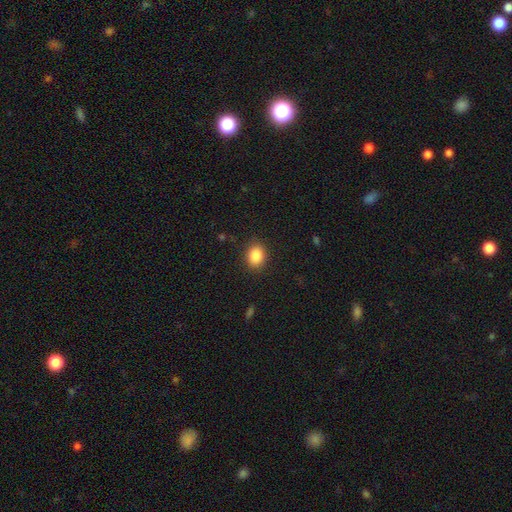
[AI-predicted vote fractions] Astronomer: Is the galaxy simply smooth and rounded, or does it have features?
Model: smooth — 87%.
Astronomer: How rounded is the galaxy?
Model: round — 51% (runner-up: in between, 48%).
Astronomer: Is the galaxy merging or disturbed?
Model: none — 88%.